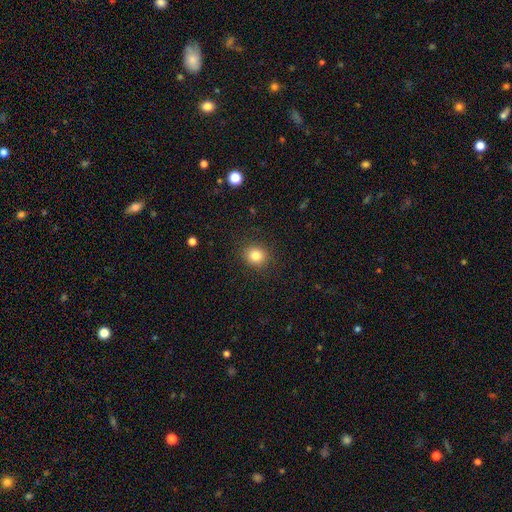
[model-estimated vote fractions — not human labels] Smooth or featured? Predicted: smooth (p=0.83). How rounded? Predicted: round (p=0.77). Merging? Predicted: none (p=0.89).